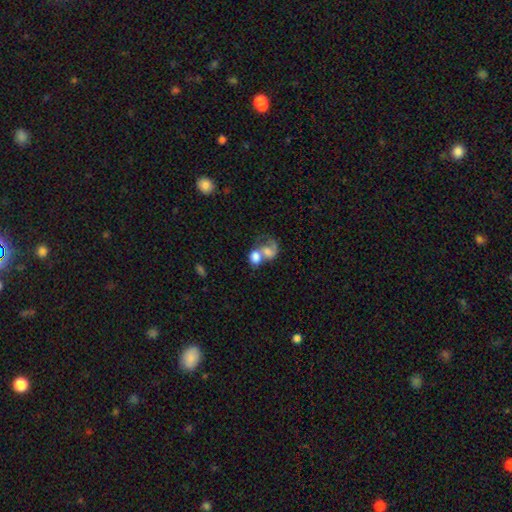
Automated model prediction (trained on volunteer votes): A smooth galaxy with no disk features (59%) that is in between round and cigar-shaped (59%). Merging: merger (73%).